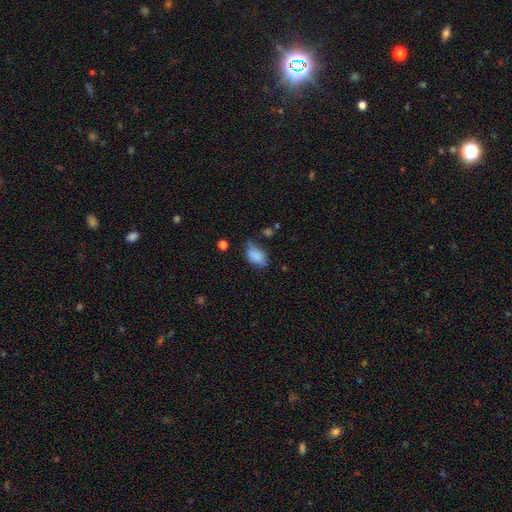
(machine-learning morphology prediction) type=smooth (84%); roundness=in between (87%); merging=none (53%).